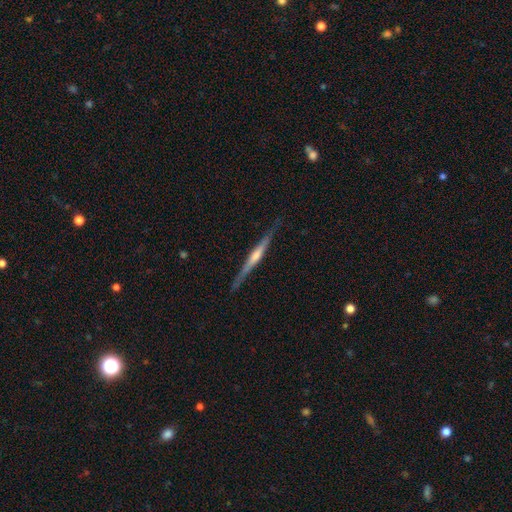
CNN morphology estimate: A featured or disk galaxy (76%) viewed edge-on (98%) with a rounded central bulge (63%).

Vote fractions:
- Smooth or featured? featured or disk: 76% / smooth: 18% / star or artifact: 5%
- Edge-on disk? yes: 98% / no: 2%
- Edge-on bulge? rounded: 63% / none: 20% / boxy: 17%
- Merging? none: 86% / minor disturbance: 11% / major disturbance: 2% / merger: 1%